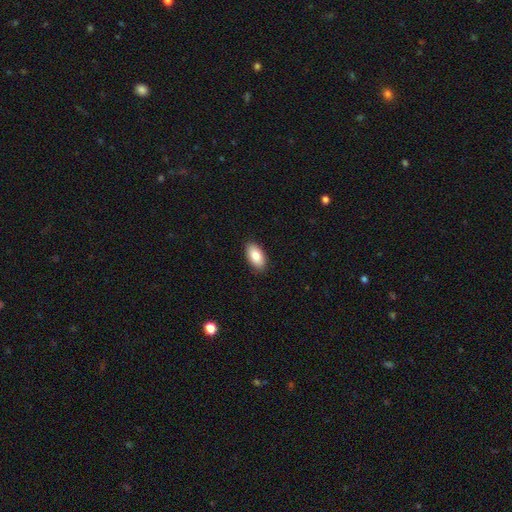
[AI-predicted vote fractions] A smooth galaxy with no disk features (83%) that is in between round and cigar-shaped (94%).

Vote fractions:
- Smooth or featured? smooth: 83% / featured or disk: 10% / star or artifact: 7%
- How rounded? in between: 94% / round: 3% / cigar-shaped: 3%
- Merging? none: 89% / minor disturbance: 8% / major disturbance: 2% / merger: 1%